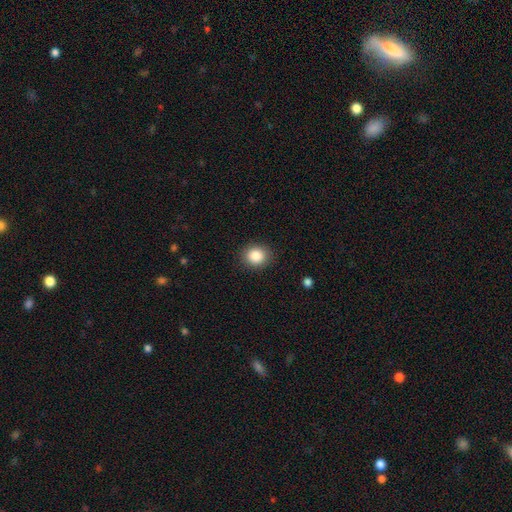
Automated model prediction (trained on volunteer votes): Smooth or featured?
  - smooth: 86% *
  - star or artifact: 9%
  - featured or disk: 5%
How rounded?
  - round: 74% *
  - in between: 25%
  - cigar-shaped: 1%
Merging?
  - none: 89% *
  - minor disturbance: 8%
  - major disturbance: 2%
  - merger: 1%